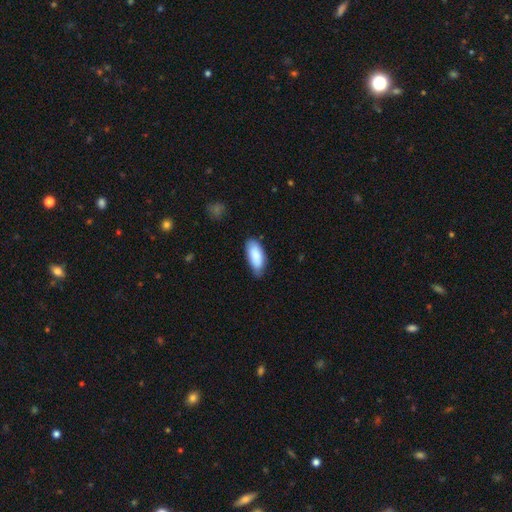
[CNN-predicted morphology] A smooth galaxy with no disk features (87%) that is in between round and cigar-shaped (87%).

Vote fractions:
- Smooth or featured? smooth: 87% / featured or disk: 7% / star or artifact: 6%
- How rounded? in between: 87% / cigar-shaped: 11% / round: 2%
- Merging? none: 66% / minor disturbance: 28% / major disturbance: 4% / merger: 2%